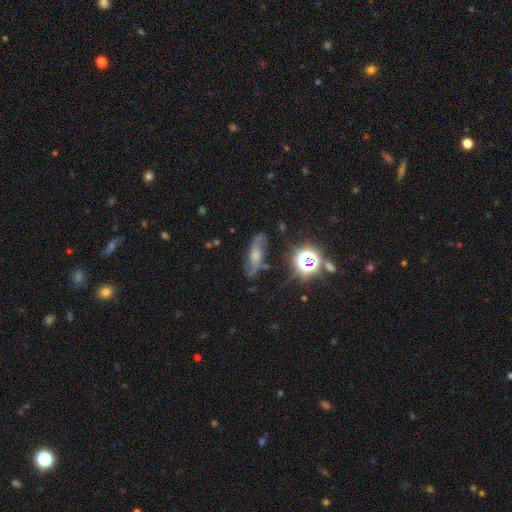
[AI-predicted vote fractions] Smooth or featured? Predicted: featured or disk (p=0.53). Edge-on disk? Predicted: no (p=0.78). Merging? Predicted: none (p=0.69).